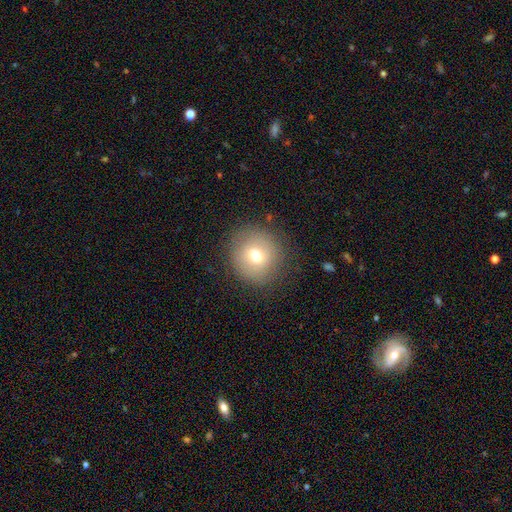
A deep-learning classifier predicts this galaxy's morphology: Smooth or featured: smooth — 70% (featured or disk — 18%)
How rounded: round — 91% (in between — 8%)
Merging: none — 85% (minor disturbance — 9%)